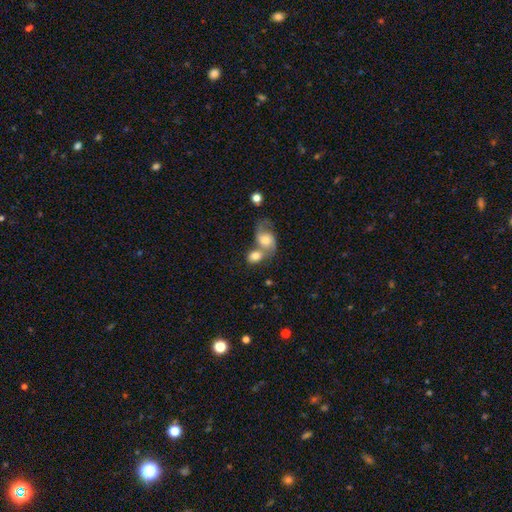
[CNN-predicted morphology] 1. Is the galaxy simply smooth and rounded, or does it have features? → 69% smooth, 23% featured or disk, 8% star or artifact.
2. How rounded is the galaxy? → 66% in between, 32% round, 2% cigar-shaped.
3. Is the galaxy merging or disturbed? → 60% merger, 26% none, 9% minor disturbance, 6% major disturbance.